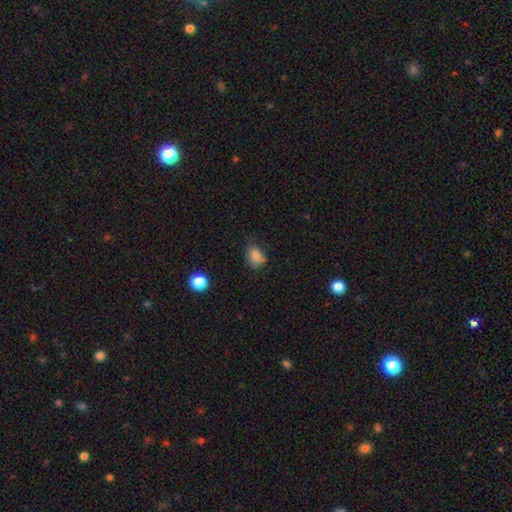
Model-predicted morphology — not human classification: A smooth galaxy with no disk features (81%) that is in between round and cigar-shaped (63%).

Vote fractions:
- Smooth or featured? smooth: 81% / star or artifact: 12% / featured or disk: 7%
- How rounded? in between: 63% / round: 36% / cigar-shaped: 1%
- Merging? none: 60% / minor disturbance: 29% / major disturbance: 7% / merger: 4%